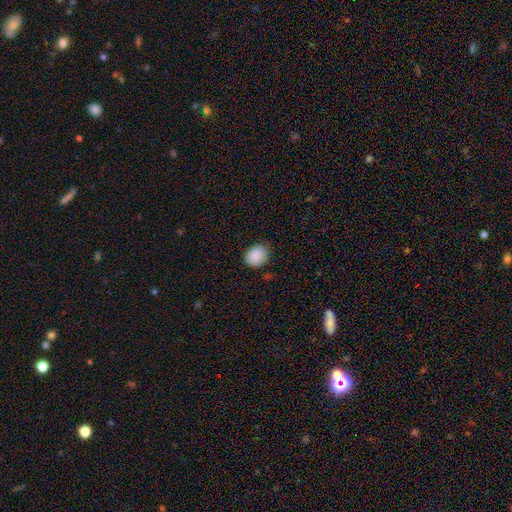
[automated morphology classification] This is clearly a smooth galaxy (88%). How rounded: possibly round (56%). Merging: likely none (75%).